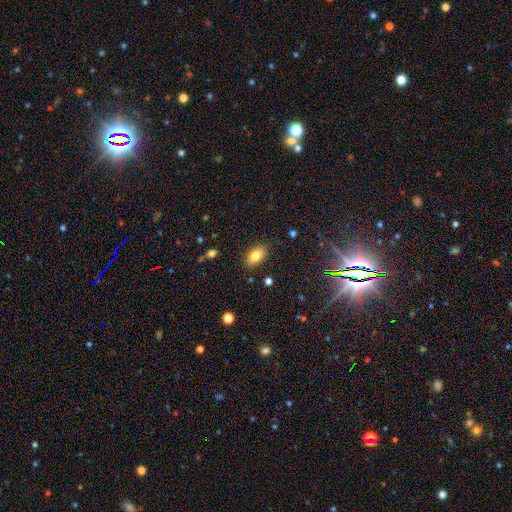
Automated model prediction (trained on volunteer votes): smooth-or-featured: smooth: 79% | featured or disk: 11% | star or artifact: 10%
  how-rounded: in between: 87% | round: 10% | cigar-shaped: 2%
  merging: none: 83% | minor disturbance: 13% | major disturbance: 3% | merger: 2%